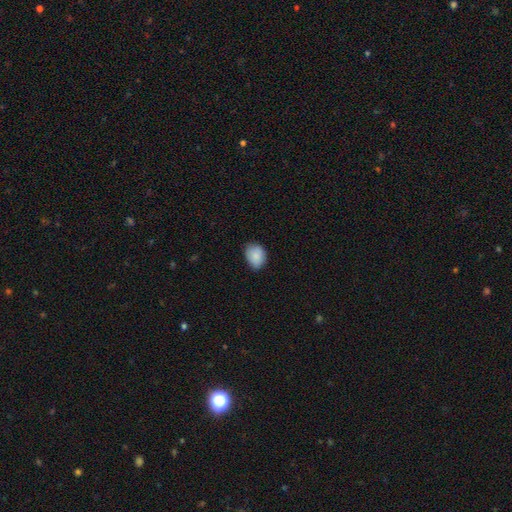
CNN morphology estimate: smooth_or_featured: smooth (p=0.87) [alt: star or artifact p=0.07]
how_rounded: in between (p=0.60) [alt: round p=0.39]
merging: none (p=0.70) [alt: minor disturbance p=0.26]